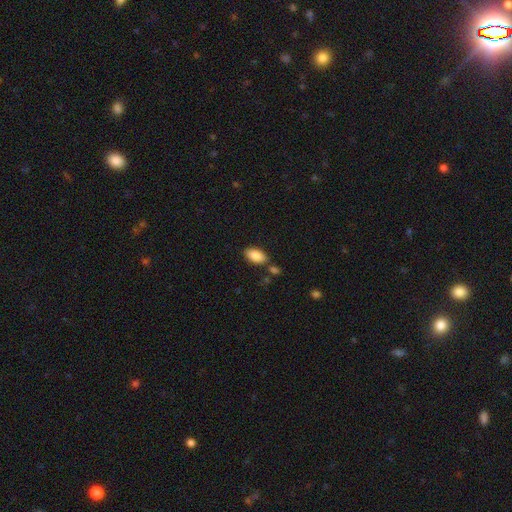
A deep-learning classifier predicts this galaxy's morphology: smooth 88%, star or artifact 7%, featured or disk 5%. Down the decision tree: how rounded — in between (95%); merging — none (77%).